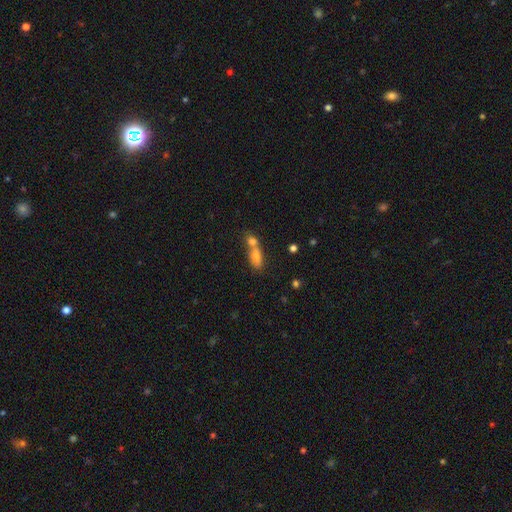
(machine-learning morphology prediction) Smooth or featured: smooth — 72% (featured or disk — 16%)
How rounded: in between — 69% (cigar-shaped — 23%)
Merging: merger — 58% (none — 30%)